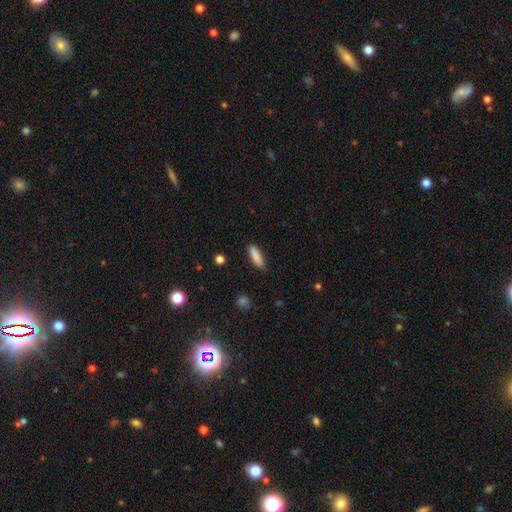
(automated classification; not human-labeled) The model was most divided on "how rounded": cigar-shaped: 64%, in between: 35%, round: 2%. More confident: smooth or featured — smooth (87%); merging — none (86%).